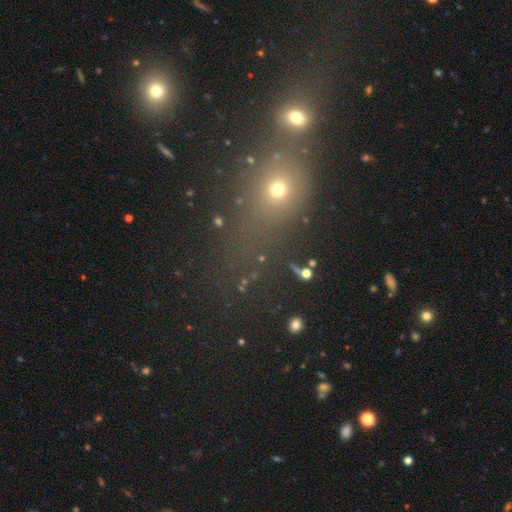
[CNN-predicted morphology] Smooth or featured?
  - star or artifact: 47% *
  - smooth: 39%
  - featured or disk: 14%